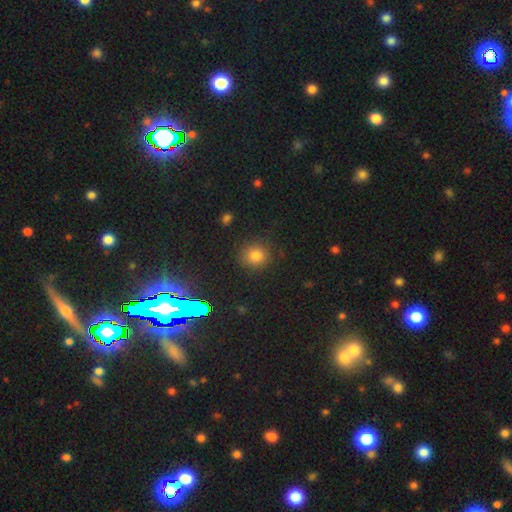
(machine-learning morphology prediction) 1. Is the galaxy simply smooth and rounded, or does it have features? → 78% smooth, 16% star or artifact, 6% featured or disk.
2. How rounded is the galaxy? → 89% round, 10% in between, 1% cigar-shaped.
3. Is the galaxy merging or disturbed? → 85% none, 9% minor disturbance, 3% major disturbance, 2% merger.